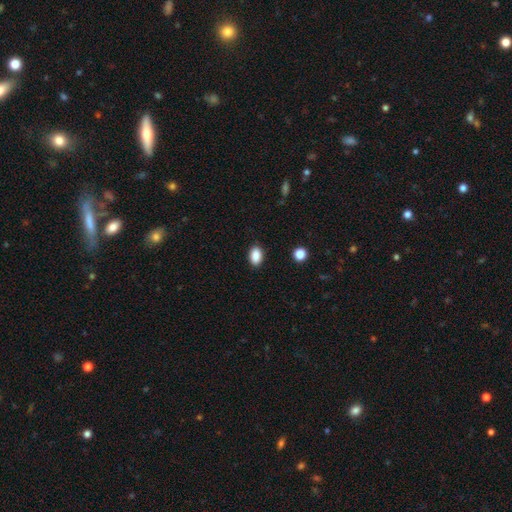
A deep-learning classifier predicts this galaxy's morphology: A smooth galaxy with no disk features (88%) that is in between round and cigar-shaped (87%). Merging: none (87%).